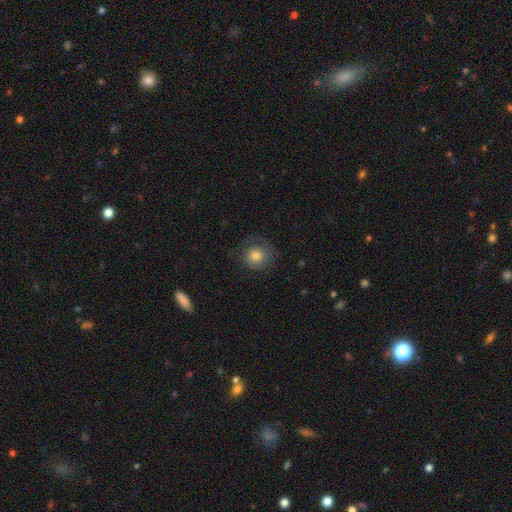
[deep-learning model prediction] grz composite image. It shows a smooth galaxy with no disk features (72%) that is round (91%). Merging: none (72%).